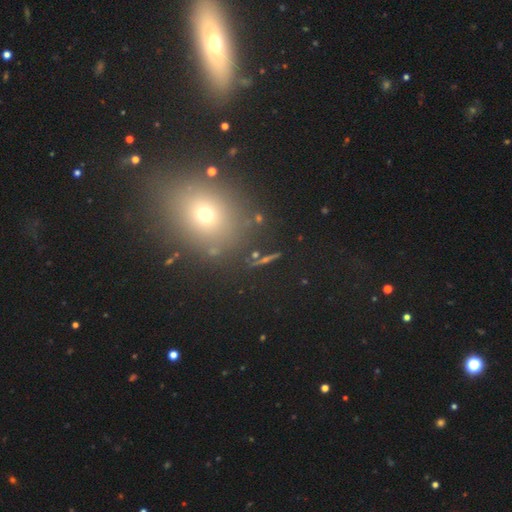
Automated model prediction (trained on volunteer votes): Q: Smooth or featured?
A: star or artifact (41%); runner-up: smooth (40%)